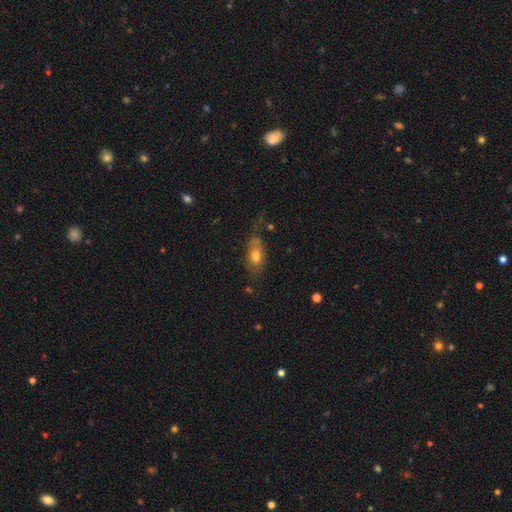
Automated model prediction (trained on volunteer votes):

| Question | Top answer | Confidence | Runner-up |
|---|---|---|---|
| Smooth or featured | smooth | 64% | featured or disk (27%) |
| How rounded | in between | 83% | cigar-shaped (9%) |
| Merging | none | 49% | minor disturbance (27%) |